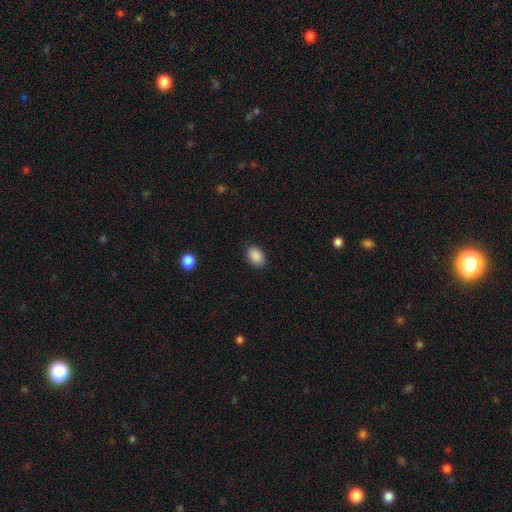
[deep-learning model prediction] A smooth galaxy with no disk features (89%) that is in between round and cigar-shaped (82%).

Vote fractions:
- Smooth or featured? smooth: 89% / star or artifact: 8% / featured or disk: 3%
- How rounded? in between: 82% / round: 17% / cigar-shaped: 1%
- Merging? none: 86% / minor disturbance: 10% / major disturbance: 3% / merger: 1%